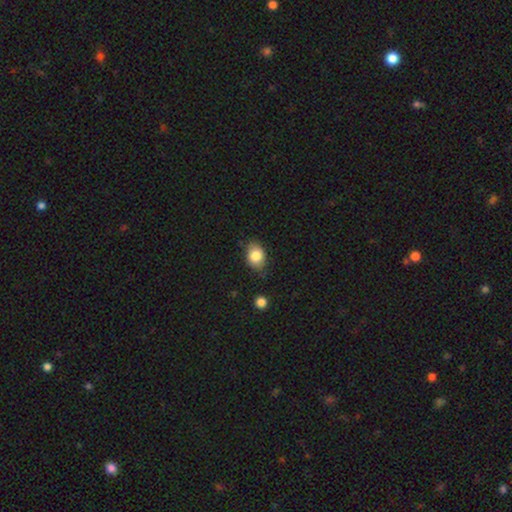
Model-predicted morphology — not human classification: The model was most divided on "how rounded": in between: 73%, round: 26%, cigar-shaped: 1%. More confident: smooth or featured — smooth (82%); merging — none (73%).